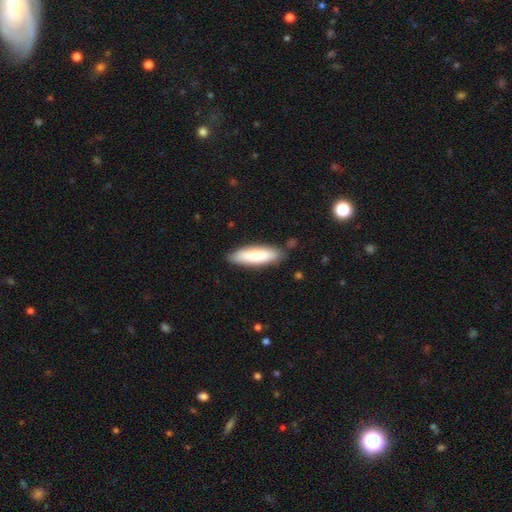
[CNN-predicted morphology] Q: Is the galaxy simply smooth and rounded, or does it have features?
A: smooth — 80%.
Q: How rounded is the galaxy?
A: cigar-shaped — 57%.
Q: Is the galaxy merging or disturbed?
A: none — 85%.